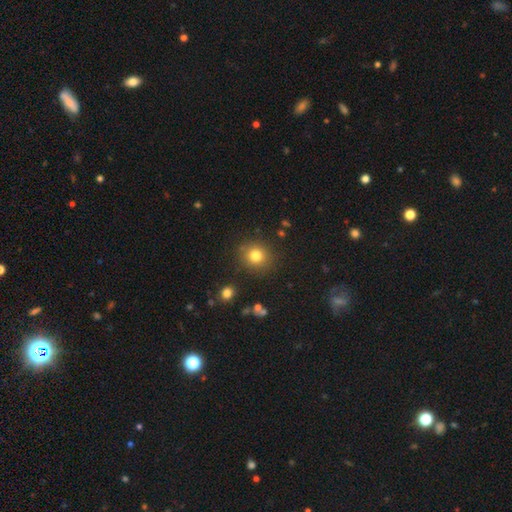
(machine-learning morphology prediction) Smooth or featured: smooth — 80% (star or artifact — 13%)
How rounded: round — 89% (in between — 10%)
Merging: none — 87% (minor disturbance — 8%)